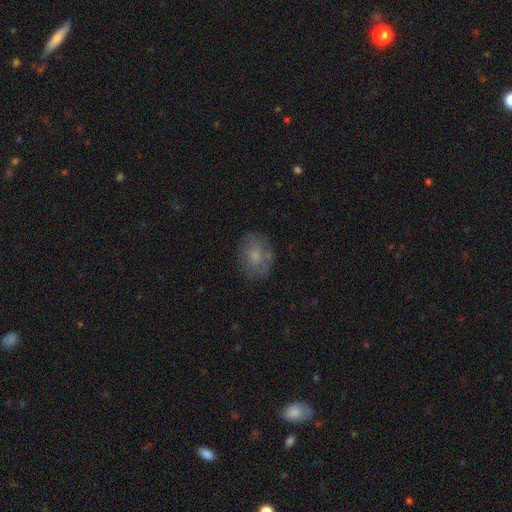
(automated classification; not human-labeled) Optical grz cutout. It shows a smooth galaxy with no disk features (68%) that is in between round and cigar-shaped (57%). Merging: none (74%).